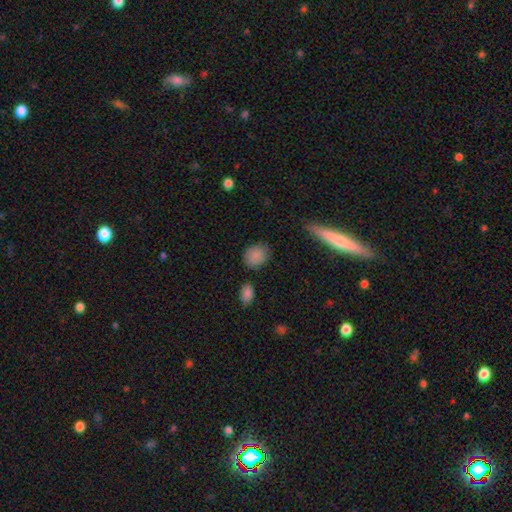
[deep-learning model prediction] Smooth or featured: smooth — 86% (star or artifact — 9%)
How rounded: round — 61% (in between — 37%)
Merging: none — 79% (minor disturbance — 14%)